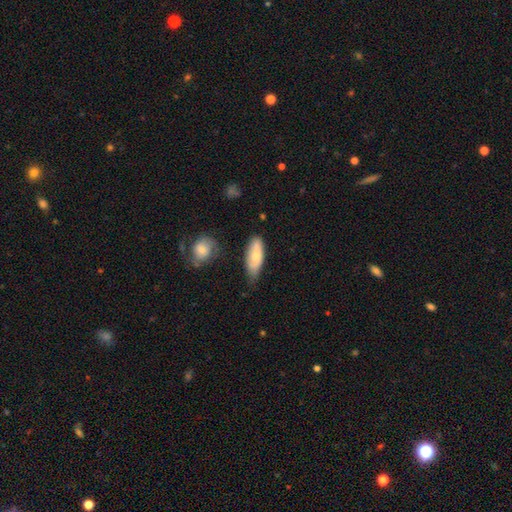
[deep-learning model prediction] Smooth or featured? Predicted: smooth (p=0.71). How rounded? Predicted: in between (p=0.74). Merging? Predicted: none (p=0.56).